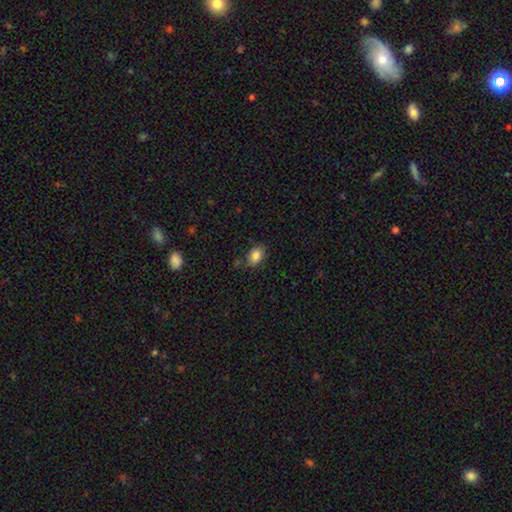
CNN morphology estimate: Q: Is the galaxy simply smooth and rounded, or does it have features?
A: smooth — 85%.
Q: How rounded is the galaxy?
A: in between — 83%.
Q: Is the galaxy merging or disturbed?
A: none — 77%.